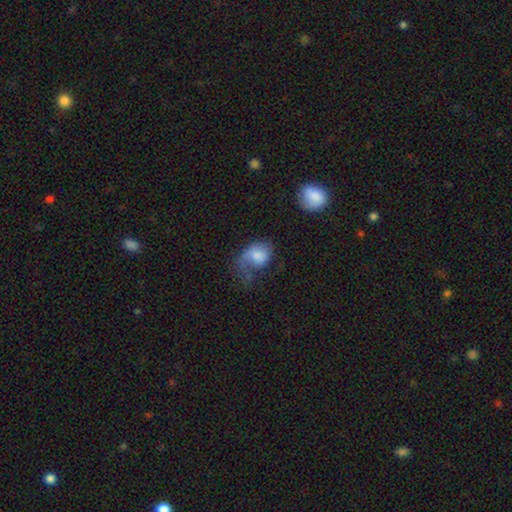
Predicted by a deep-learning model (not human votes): smooth 62%, featured or disk 30%, star or artifact 8%. Down the decision tree: how rounded — in between (63%); merging — major disturbance (44%).